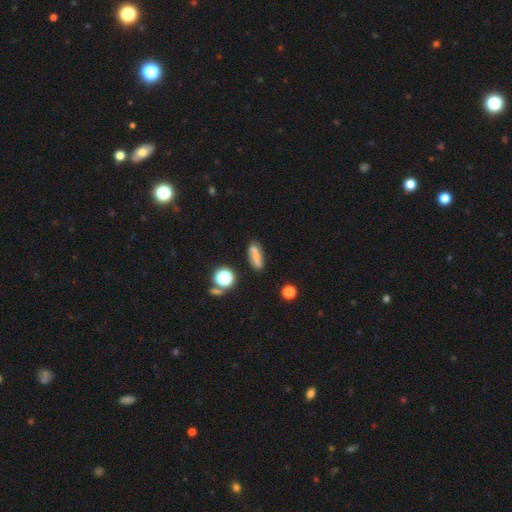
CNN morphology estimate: A smooth galaxy with no disk features (52%) that is in between round and cigar-shaped (50%). Merging: none (74%).